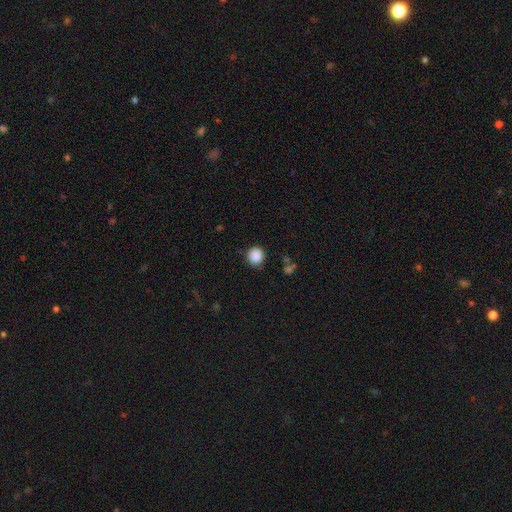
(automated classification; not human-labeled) smooth_or_featured: smooth (p=0.88) [alt: star or artifact p=0.09]
how_rounded: round (p=0.89) [alt: in between p=0.10]
merging: none (p=0.85) [alt: minor disturbance p=0.10]